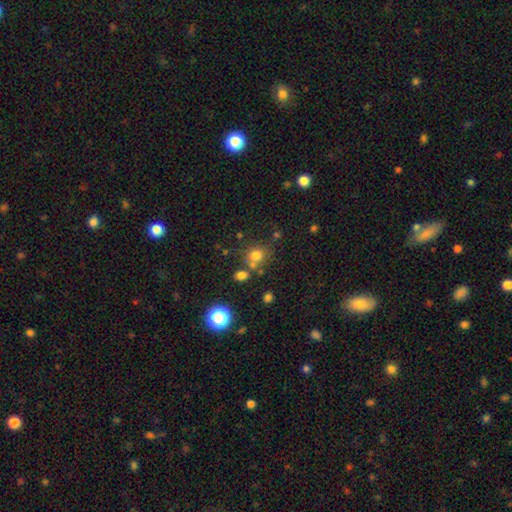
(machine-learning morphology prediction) smooth 74%, star or artifact 17%, featured or disk 9%. Down the decision tree: how rounded — round (78%); merging — none (61%).